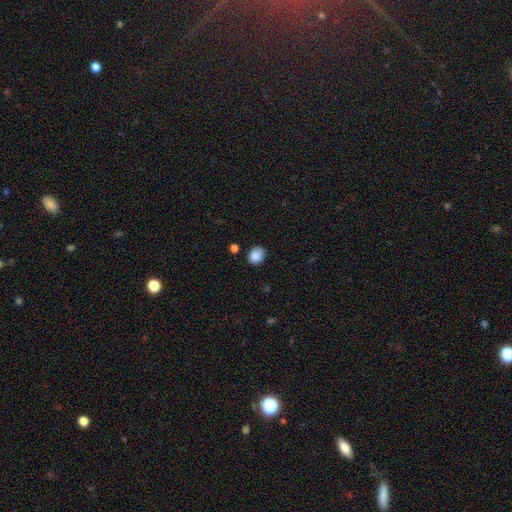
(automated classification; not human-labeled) This appears to be a smooth galaxy with no disk features (87%) that is round (63%). Merging: none (78%).